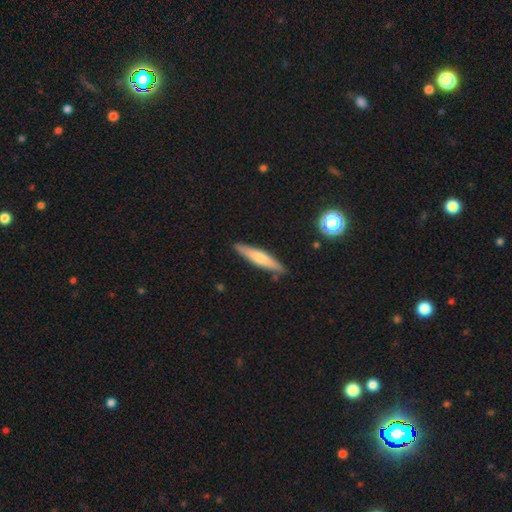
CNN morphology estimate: smooth_or_featured: smooth (p=0.52) [alt: featured or disk p=0.41]
how_rounded: cigar-shaped (p=0.90) [alt: in between p=0.08]
merging: none (p=0.88) [alt: minor disturbance p=0.08]